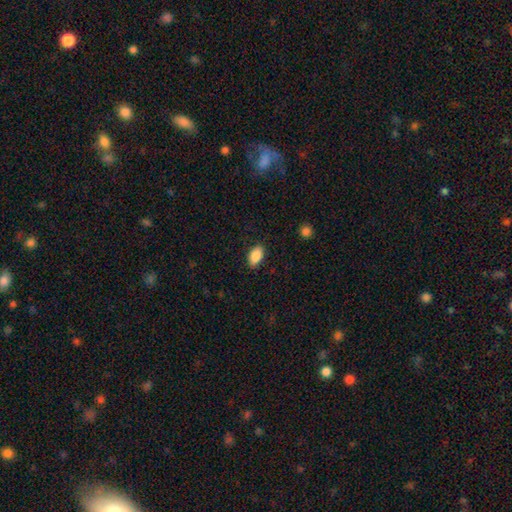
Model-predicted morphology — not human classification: This is clearly a smooth galaxy (88%). How rounded: clearly in between (92%). Merging: clearly none (86%).